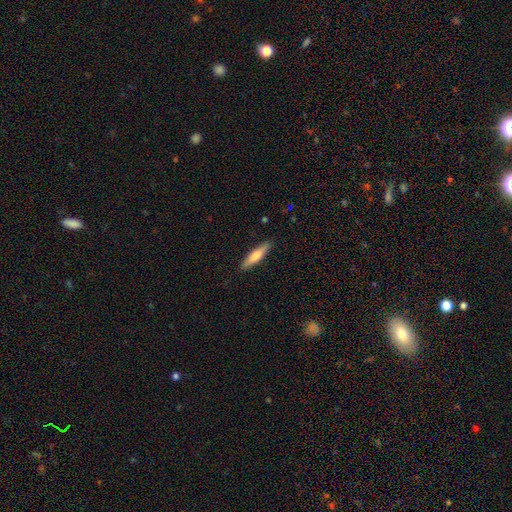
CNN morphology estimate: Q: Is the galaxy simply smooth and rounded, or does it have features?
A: smooth — 74%.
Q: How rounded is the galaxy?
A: cigar-shaped — 79%.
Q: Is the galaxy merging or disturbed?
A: none — 88%.